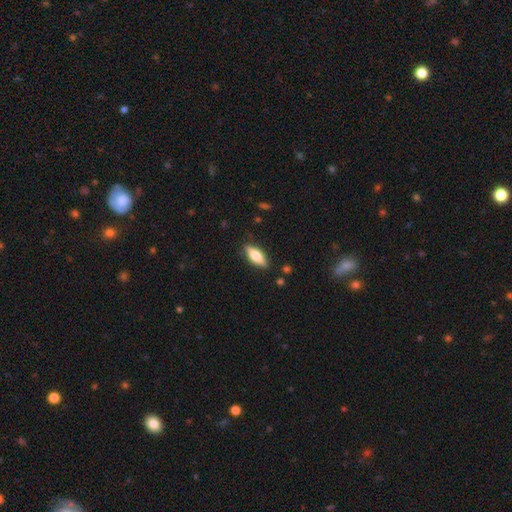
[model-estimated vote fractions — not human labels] smooth 62%, featured or disk 32%, star or artifact 6%. Down the decision tree: how rounded — in between (63%); merging — none (86%).